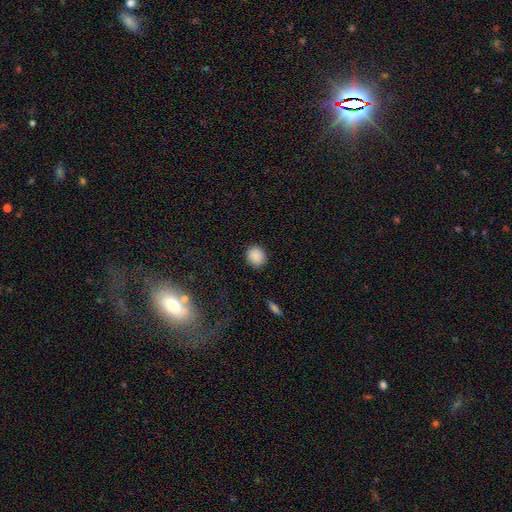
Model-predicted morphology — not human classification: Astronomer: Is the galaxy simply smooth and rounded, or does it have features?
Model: smooth — 88%.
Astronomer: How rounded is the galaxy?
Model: round — 76%.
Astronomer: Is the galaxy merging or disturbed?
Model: none — 90%.